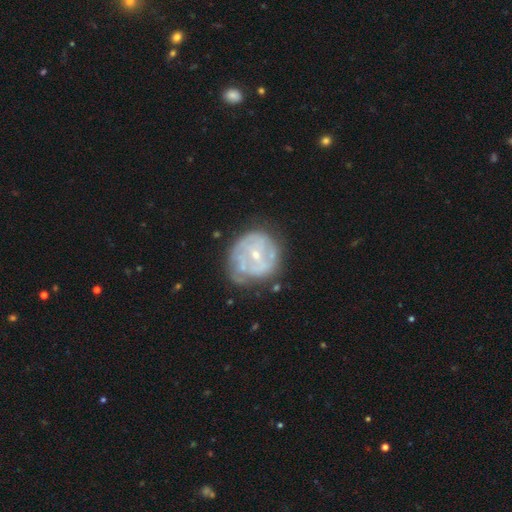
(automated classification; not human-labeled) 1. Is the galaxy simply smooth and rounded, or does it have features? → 71% featured or disk, 22% smooth, 7% star or artifact.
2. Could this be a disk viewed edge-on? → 97% no, 3% yes.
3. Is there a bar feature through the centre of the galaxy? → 61% no, 30% weak, 9% strong.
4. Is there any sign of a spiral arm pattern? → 60% yes, 40% no.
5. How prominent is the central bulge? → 70% small, 26% moderate, 2% none, 1% large, 1% dominant.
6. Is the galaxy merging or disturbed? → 57% none, 25% minor disturbance, 14% major disturbance, 4% merger.